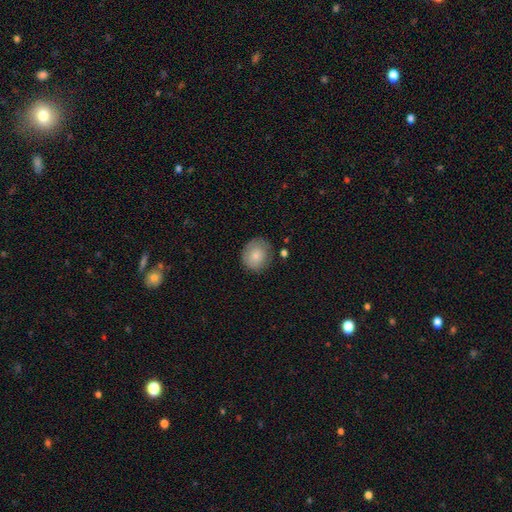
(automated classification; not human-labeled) Smooth or featured?
  - smooth: 80% *
  - featured or disk: 13%
  - star or artifact: 7%
How rounded?
  - round: 74% *
  - in between: 25%
  - cigar-shaped: 1%
Merging?
  - none: 74% *
  - minor disturbance: 19%
  - major disturbance: 5%
  - merger: 3%